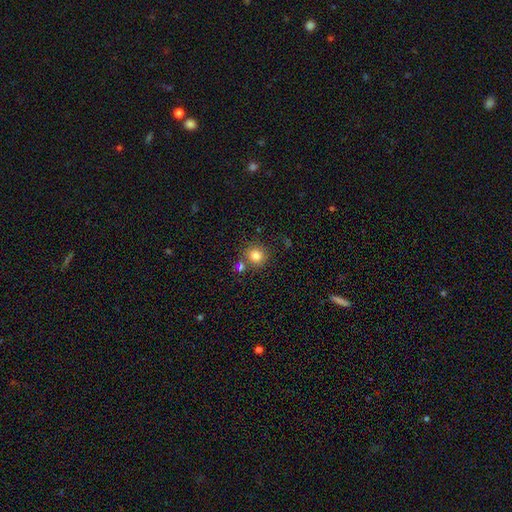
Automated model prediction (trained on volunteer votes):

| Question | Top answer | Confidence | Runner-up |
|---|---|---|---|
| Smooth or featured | smooth | 81% | star or artifact (12%) |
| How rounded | round | 89% | in between (10%) |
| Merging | none | 73% | merger (15%) |